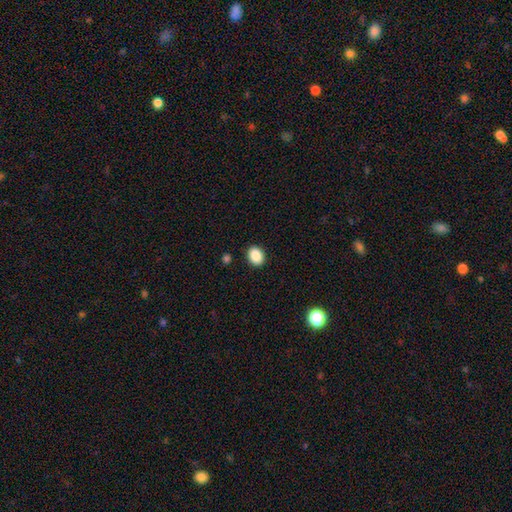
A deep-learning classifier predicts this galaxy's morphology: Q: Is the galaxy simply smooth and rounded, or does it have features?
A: smooth — 88%.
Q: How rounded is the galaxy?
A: in between — 57%.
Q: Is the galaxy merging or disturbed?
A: none — 89%.